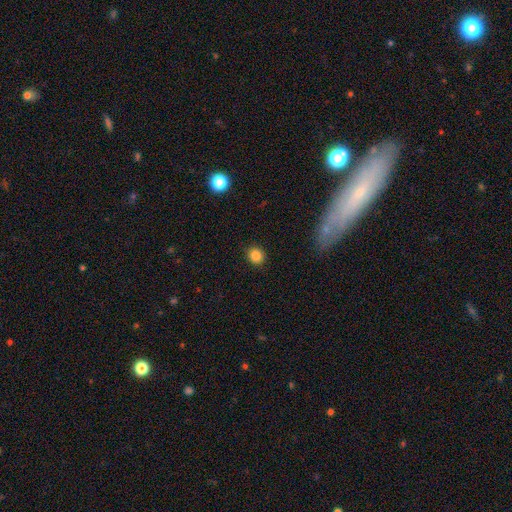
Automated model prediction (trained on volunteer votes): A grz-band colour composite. It shows a smooth galaxy with no disk features (85%) that is round (81%). Merging: none (89%).